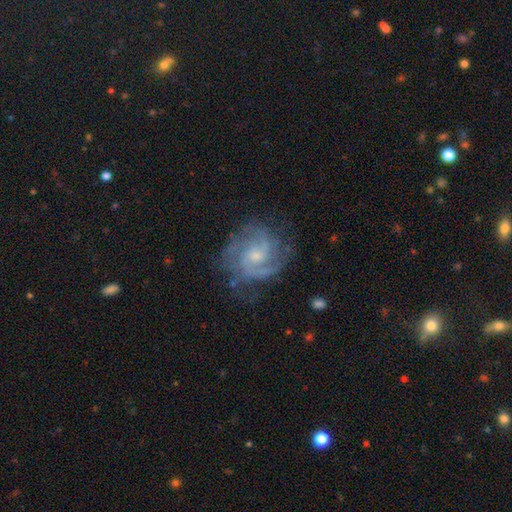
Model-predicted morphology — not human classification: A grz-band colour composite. It shows a featured or disk galaxy (87%) with no bar (53%), 2 (50%) medium (47%) spiral arms (97%) and a small central bulge (60%). Merging: none (70%).